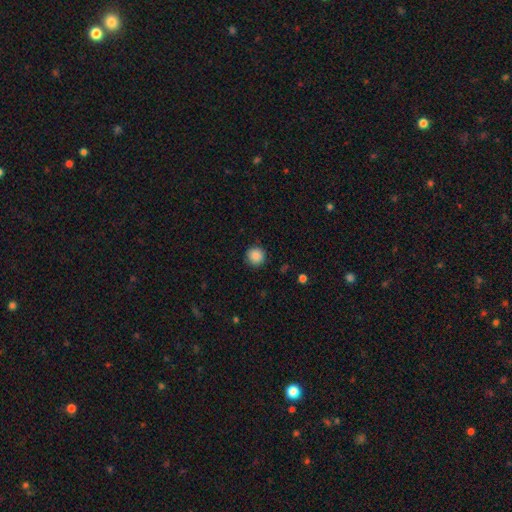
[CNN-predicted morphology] smooth-or-featured: smooth: 88% | star or artifact: 9% | featured or disk: 3%
  how-rounded: round: 94% | in between: 5% | cigar-shaped: 1%
  merging: none: 90% | minor disturbance: 7% | major disturbance: 2% | merger: 1%